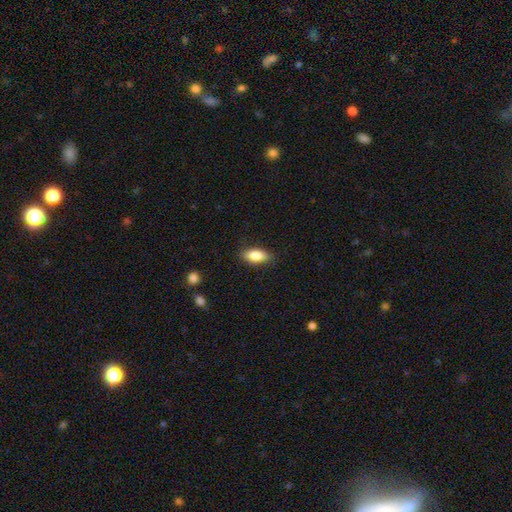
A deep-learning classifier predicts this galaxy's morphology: A smooth galaxy with no disk features (83%) that is in between round and cigar-shaped (85%). Merging: none (86%).